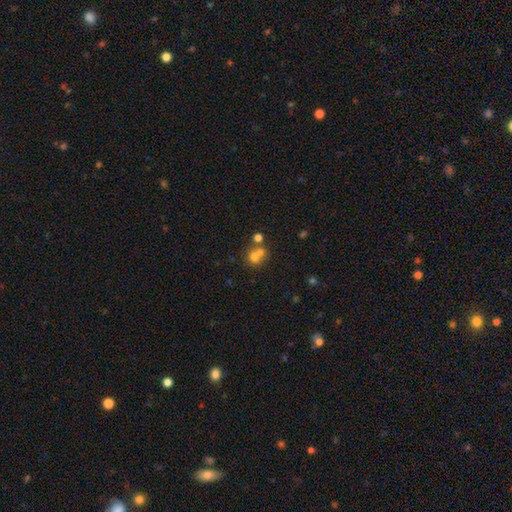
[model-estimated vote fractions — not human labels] Overall: smooth (65%). How rounded: round (82%). Merging: merger (50%; none 40%).